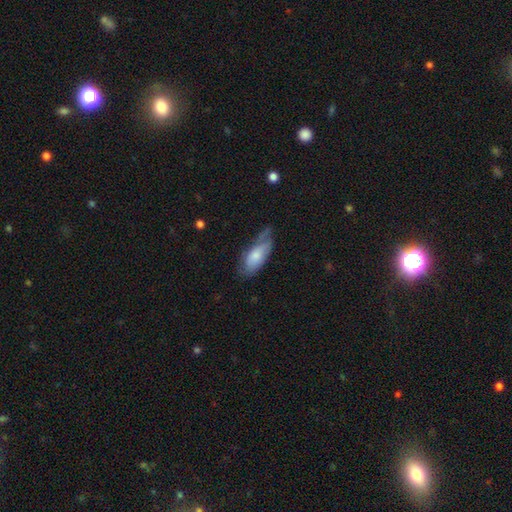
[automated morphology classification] This is likely a smooth galaxy (70%). How rounded: clearly in between (82%). Merging: marginally none (42%).